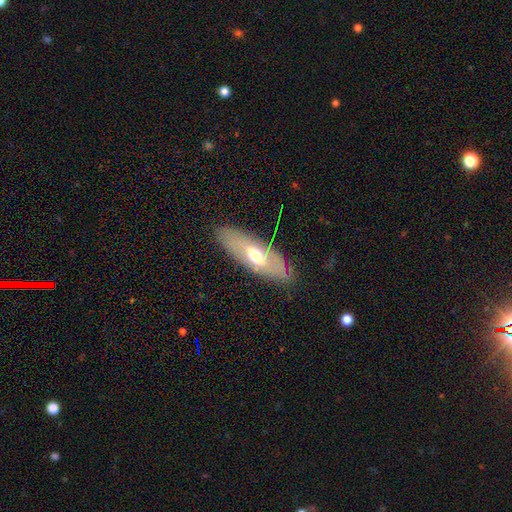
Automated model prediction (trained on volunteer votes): This appears to be a featured or disk galaxy (48%). Merging: none (82%).